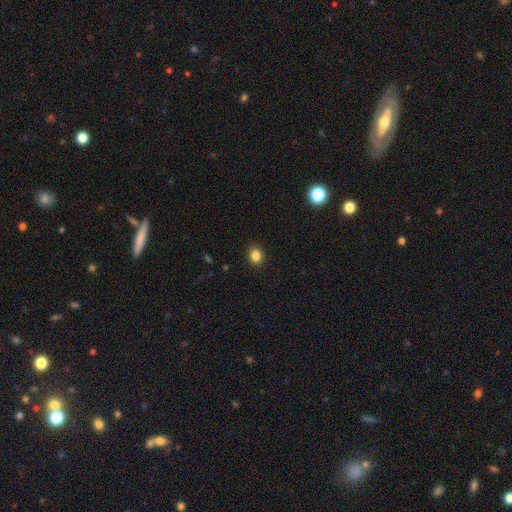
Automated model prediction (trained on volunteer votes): smooth_or_featured: smooth (p=0.85) [alt: star or artifact p=0.10]
how_rounded: round (p=0.51) [alt: in between p=0.48]
merging: none (p=0.89) [alt: minor disturbance p=0.08]